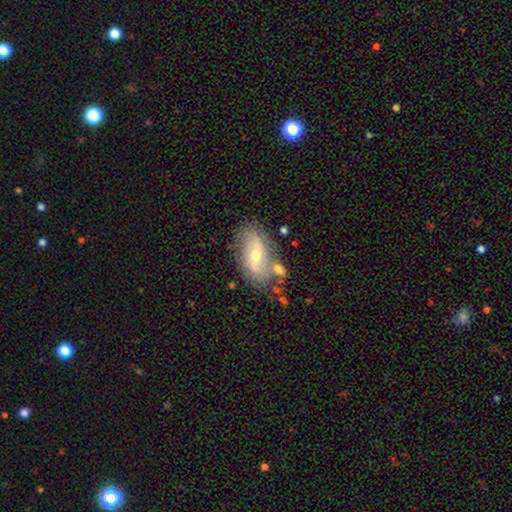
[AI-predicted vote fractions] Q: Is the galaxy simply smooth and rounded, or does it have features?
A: featured or disk — 64%.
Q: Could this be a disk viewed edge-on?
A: no — 90%.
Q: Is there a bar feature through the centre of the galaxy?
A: weak — 37%.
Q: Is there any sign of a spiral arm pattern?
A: yes — 70%.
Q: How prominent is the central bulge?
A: moderate — 61%.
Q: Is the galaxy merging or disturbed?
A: none — 65%.